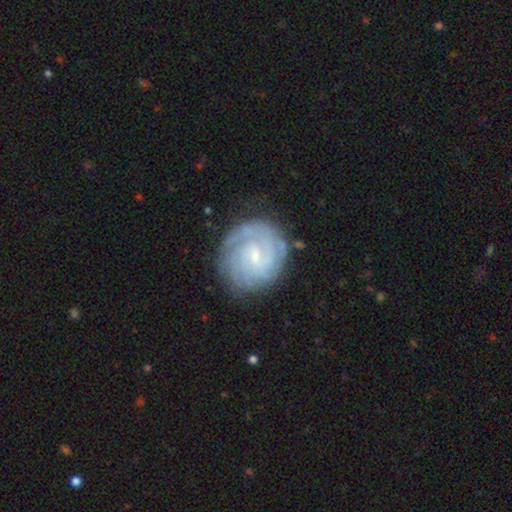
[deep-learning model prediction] Smooth or featured: featured or disk — 81% (smooth — 13%)
Edge-on disk: no — 98% (yes — 2%)
Bar: weak — 58% (no — 30%)
Spiral arms: yes — 96% (no — 4%)
Spiral winding: tight — 77% (medium — 19%)
Spiral arm count: can't tell — 36% (2 — 23%)
Bulge size: small — 73% (moderate — 18%)
Merging: none — 79% (minor disturbance — 14%)